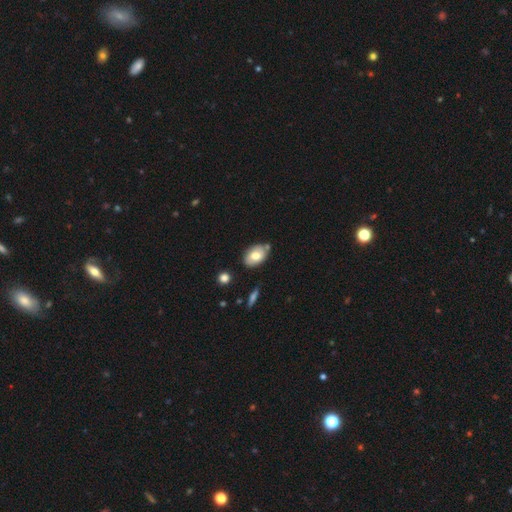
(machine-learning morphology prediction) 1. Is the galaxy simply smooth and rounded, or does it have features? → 70% smooth, 23% featured or disk, 7% star or artifact.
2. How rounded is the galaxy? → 89% in between, 9% round, 1% cigar-shaped.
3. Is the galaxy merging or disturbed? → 69% none, 19% minor disturbance, 8% merger, 4% major disturbance.